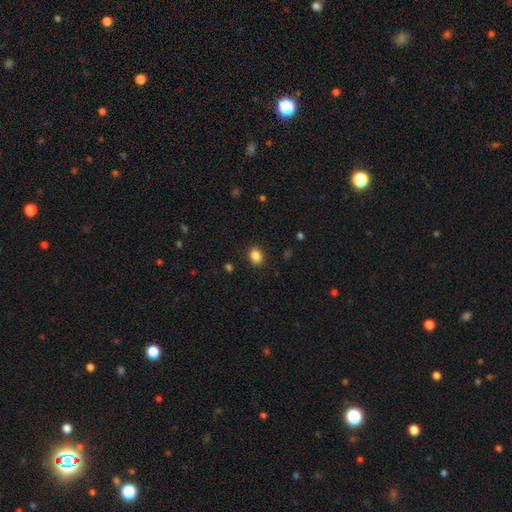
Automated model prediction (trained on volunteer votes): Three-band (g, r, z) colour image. It shows a smooth galaxy with no disk features (86%) that is in between round and cigar-shaped (63%). Merging: none (88%).